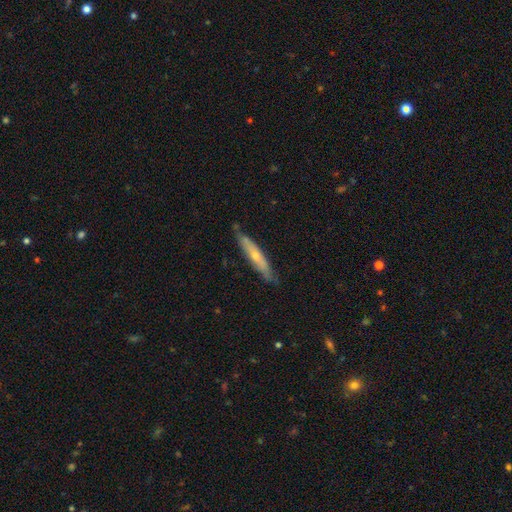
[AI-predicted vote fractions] The model was most divided on "smooth or featured": featured or disk: 50%, smooth: 44%, star or artifact: 6%. More confident: edge-on disk — yes (79%); merging — none (79%).